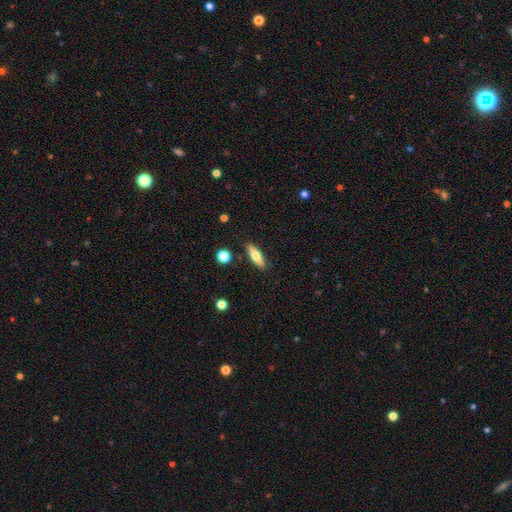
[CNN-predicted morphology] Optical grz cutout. It shows a smooth galaxy with no disk features (64%) that is cigar-shaped (56%). Merging: none (87%).